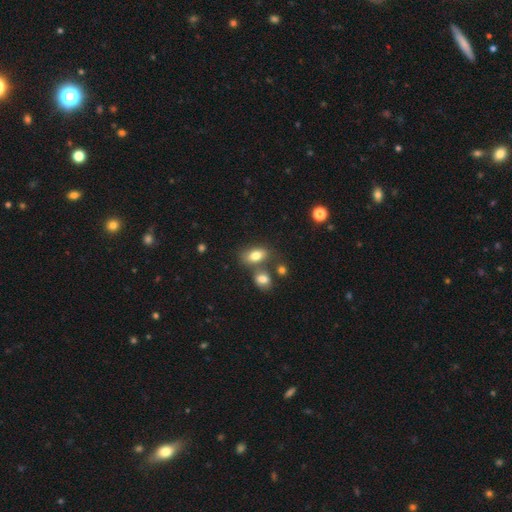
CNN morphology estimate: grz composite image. It shows a smooth galaxy with no disk features (79%) that is in between round and cigar-shaped (87%). Merging: none (58%).